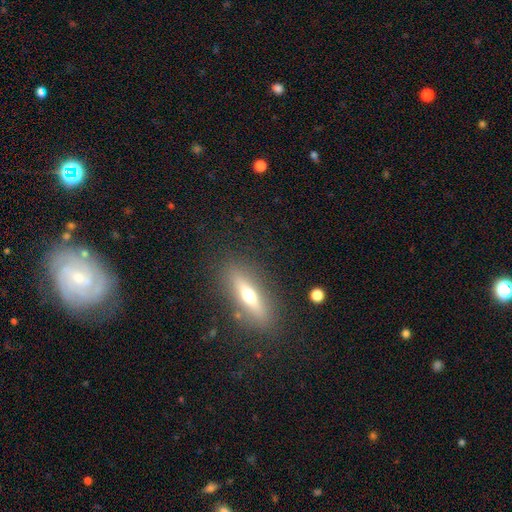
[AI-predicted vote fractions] This is possibly a featured or disk galaxy (57%). It is likely viewed edge-on (72%). Merging: clearly none (84%).